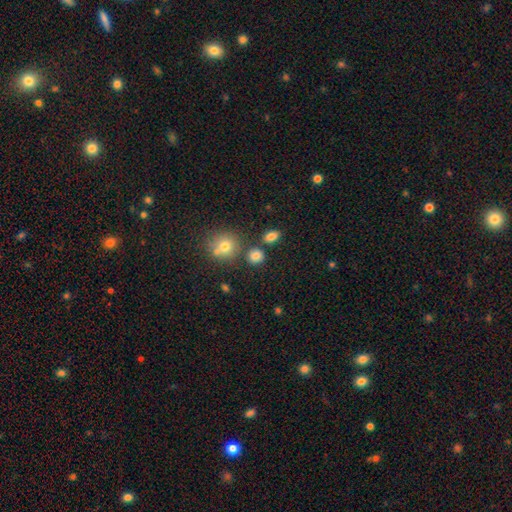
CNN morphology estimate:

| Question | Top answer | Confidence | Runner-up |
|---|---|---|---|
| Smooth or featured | smooth | 81% | star or artifact (12%) |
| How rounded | round | 76% | in between (23%) |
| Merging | none | 76% | merger (11%) |